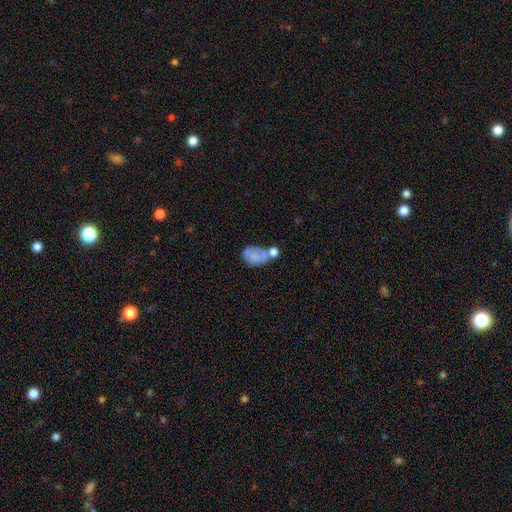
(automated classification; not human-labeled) This is likely a smooth galaxy (62%). How rounded: likely in between (80%). Merging: marginally merger (34%, tied with none).